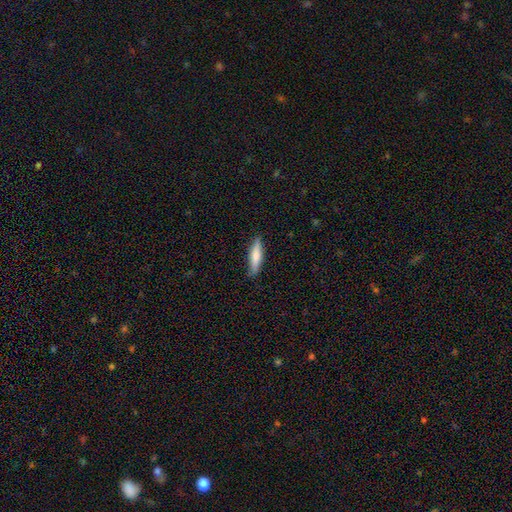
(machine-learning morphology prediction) This appears to be a smooth galaxy with no disk features (69%) that is cigar-shaped (79%). Merging: none (87%).